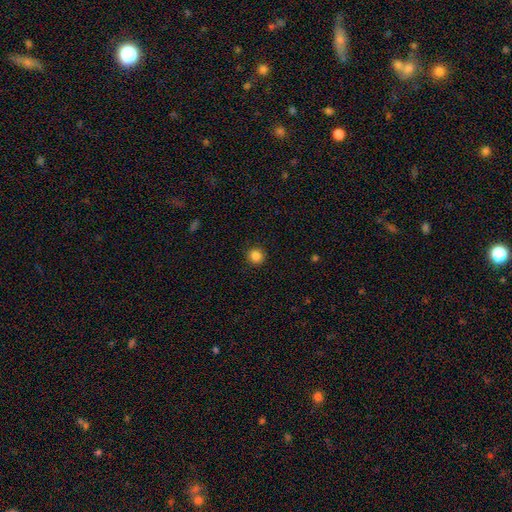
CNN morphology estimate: Overall: smooth (85%). How rounded: round (93%). Merging: none (92%).